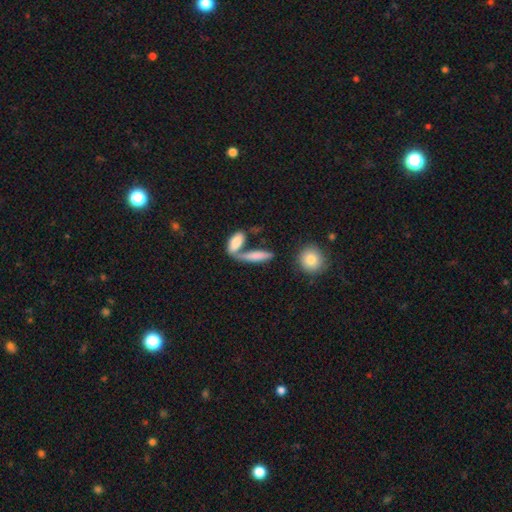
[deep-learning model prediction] This is likely a smooth galaxy (74%). How rounded: possibly cigar-shaped (57%). Merging: marginally none (44%).